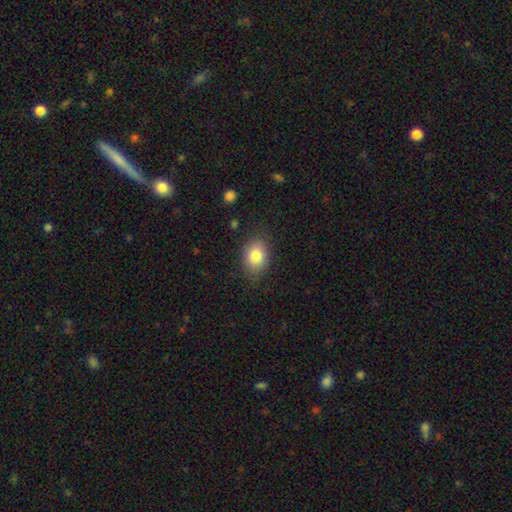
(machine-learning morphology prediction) type=smooth (82%); roundness=in between (69%); merging=none (80%).